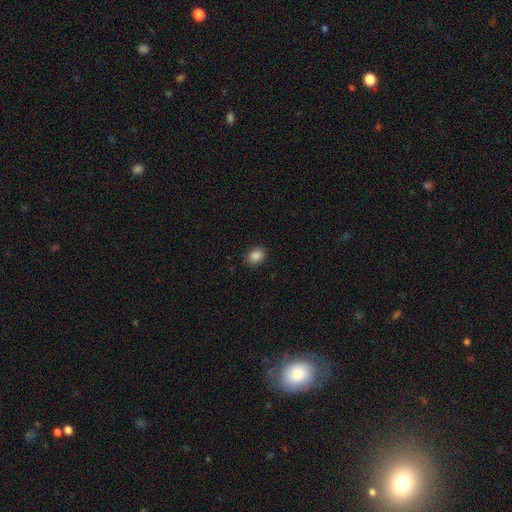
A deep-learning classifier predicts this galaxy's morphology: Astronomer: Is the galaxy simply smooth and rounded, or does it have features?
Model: smooth — 87%.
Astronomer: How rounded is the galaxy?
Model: in between — 64%.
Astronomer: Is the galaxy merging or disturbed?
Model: none — 88%.